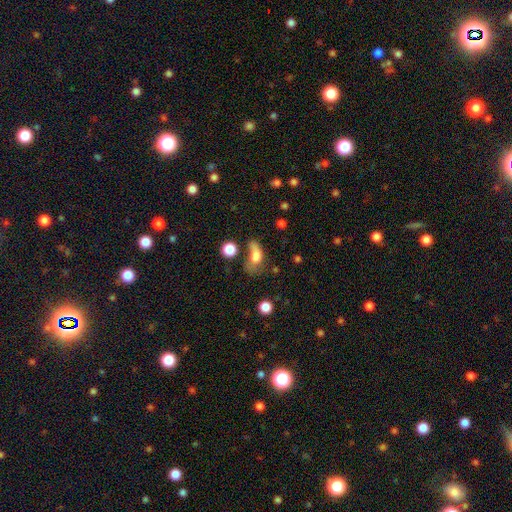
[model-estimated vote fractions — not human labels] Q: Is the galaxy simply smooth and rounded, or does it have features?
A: smooth — 70%.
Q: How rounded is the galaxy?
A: in between — 76%.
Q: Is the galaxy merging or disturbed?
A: major disturbance — 43%.